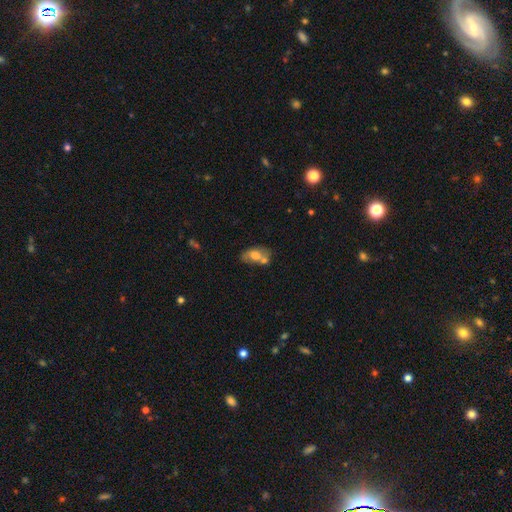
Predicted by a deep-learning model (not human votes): smooth-or-featured: smooth: 58% | featured or disk: 33% | star or artifact: 9%
  how-rounded: in between: 84% | round: 14% | cigar-shaped: 2%
  merging: none: 37% | merger: 36% | minor disturbance: 19% | major disturbance: 8%